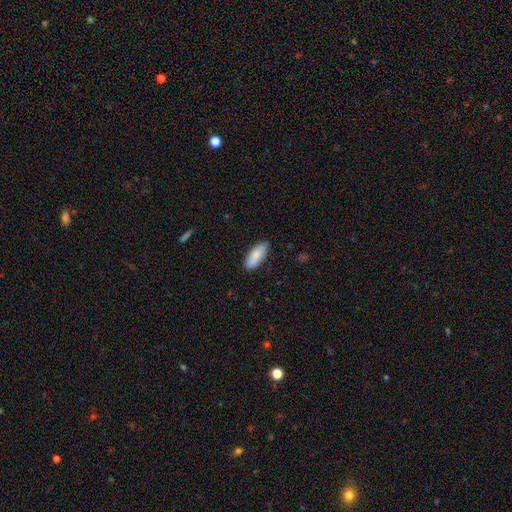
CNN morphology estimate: Smooth or featured? smooth (84%)
How rounded? in between (78%)
Merging? none (84%)